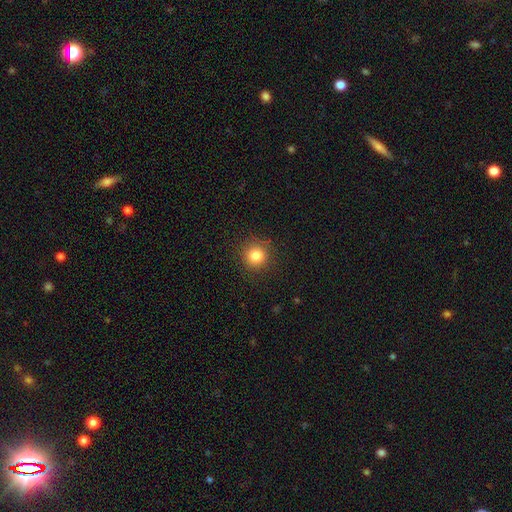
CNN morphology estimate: Smooth or featured: smooth — 83% (star or artifact — 12%)
How rounded: round — 94% (in between — 5%)
Merging: none — 89% (minor disturbance — 7%)